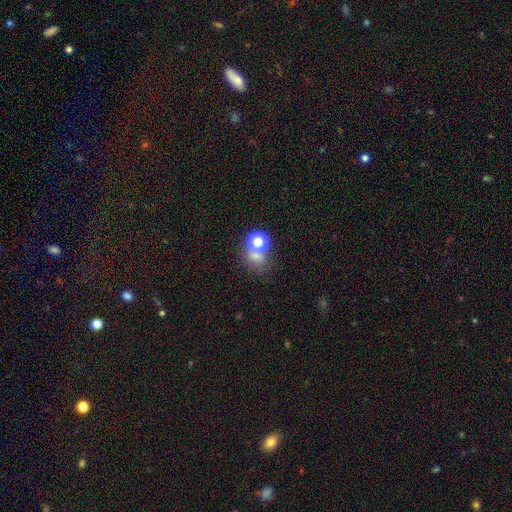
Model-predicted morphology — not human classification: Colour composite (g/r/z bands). It shows a smooth galaxy with no disk features (61%) that is round (66%). Merging: none (48%).